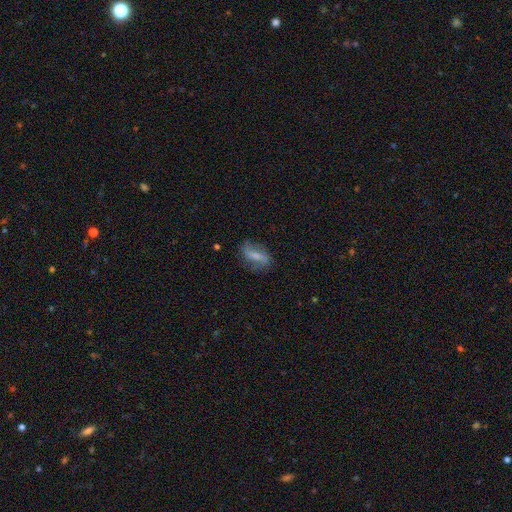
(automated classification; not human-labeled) A featured or disk galaxy (46%, tied with smooth). Merging: none (67%).